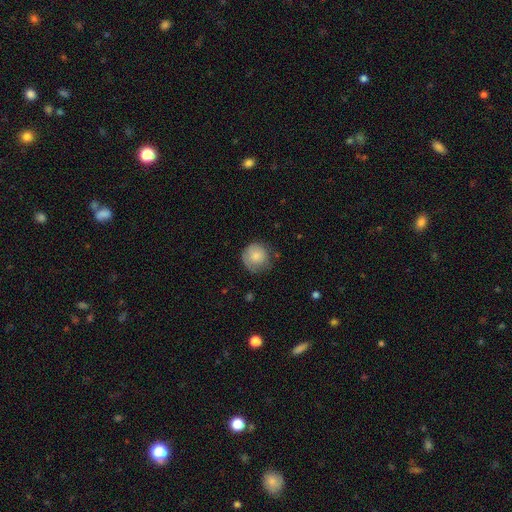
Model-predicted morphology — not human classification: Smooth or featured?
  - smooth: 79% *
  - featured or disk: 14%
  - star or artifact: 7%
How rounded?
  - round: 92% *
  - in between: 7%
  - cigar-shaped: 1%
Merging?
  - none: 66% *
  - minor disturbance: 25%
  - major disturbance: 7%
  - merger: 2%